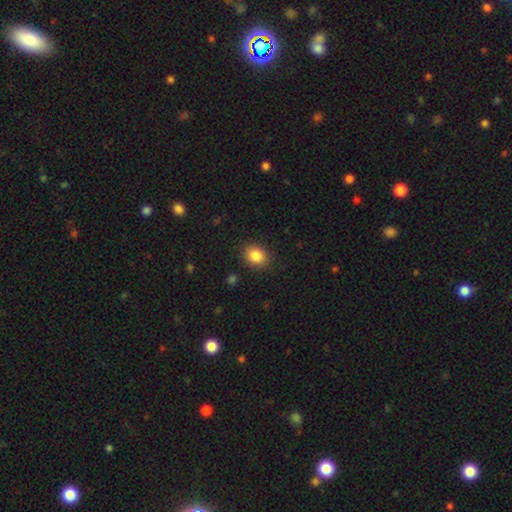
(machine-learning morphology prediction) type=smooth (86%); roundness=in between (51%); merging=none (88%).